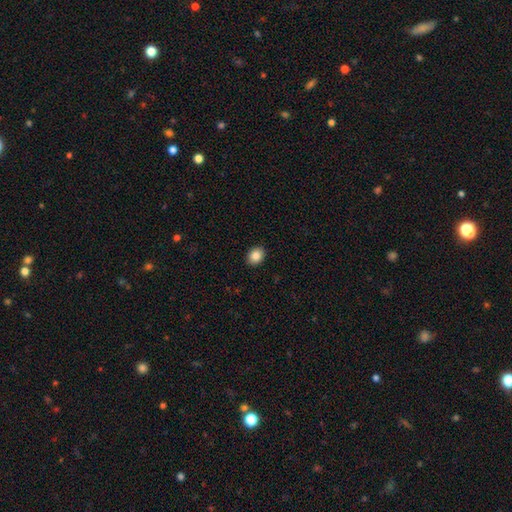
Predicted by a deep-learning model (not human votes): Overall: smooth (87%). How rounded: round (52%; in between 48%). Merging: none (91%).